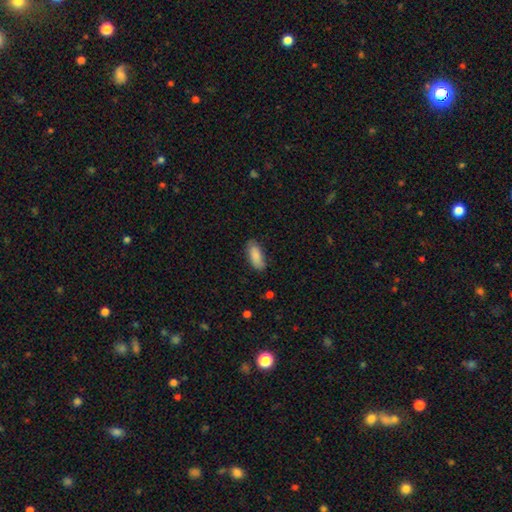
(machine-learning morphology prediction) Smooth or featured?
  - smooth: 88% *
  - featured or disk: 6%
  - star or artifact: 6%
How rounded?
  - in between: 80% *
  - cigar-shaped: 18%
  - round: 2%
Merging?
  - none: 79% *
  - minor disturbance: 17%
  - major disturbance: 3%
  - merger: 1%